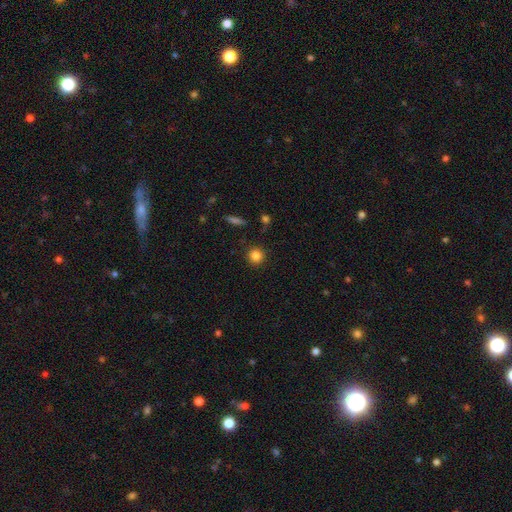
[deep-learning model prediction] A smooth galaxy with no disk features (84%) that is round (94%).

Vote fractions:
- Smooth or featured? smooth: 84% / star or artifact: 11% / featured or disk: 5%
- How rounded? round: 94% / in between: 5% / cigar-shaped: 1%
- Merging? none: 89% / minor disturbance: 7% / major disturbance: 2% / merger: 2%